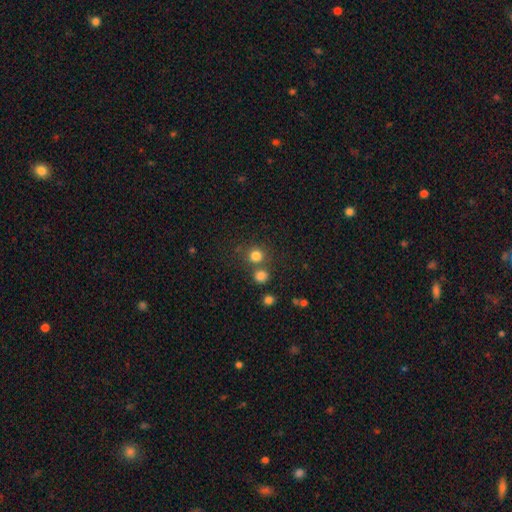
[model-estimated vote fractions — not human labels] smooth 79%, star or artifact 15%, featured or disk 6%. Down the decision tree: how rounded — round (91%); merging — none (68%).